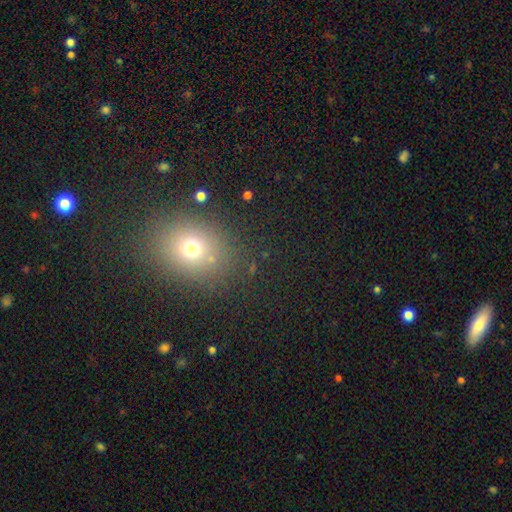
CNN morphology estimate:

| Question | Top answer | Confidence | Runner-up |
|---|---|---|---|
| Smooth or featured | smooth | 63% | star or artifact (27%) |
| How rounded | round | 56% | in between (42%) |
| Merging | none | 87% | minor disturbance (8%) |